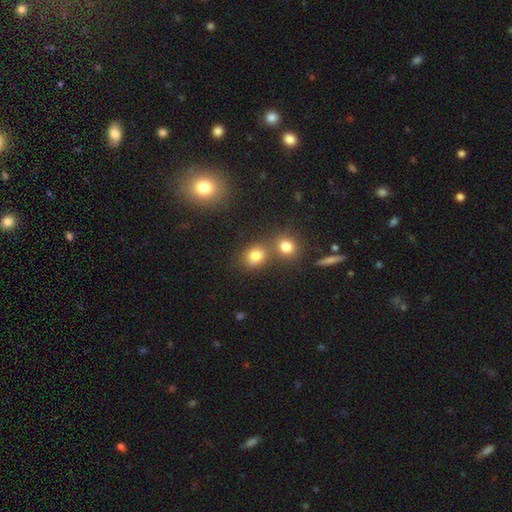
This appears to be a smooth galaxy with no disk features (88%) that is round (80%). Merging: none (49%).